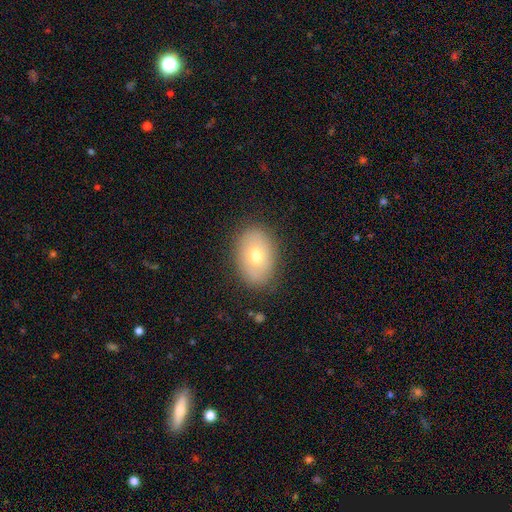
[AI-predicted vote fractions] A smooth galaxy with no disk features (64%) that is in between round and cigar-shaped (82%). Merging: none (84%).